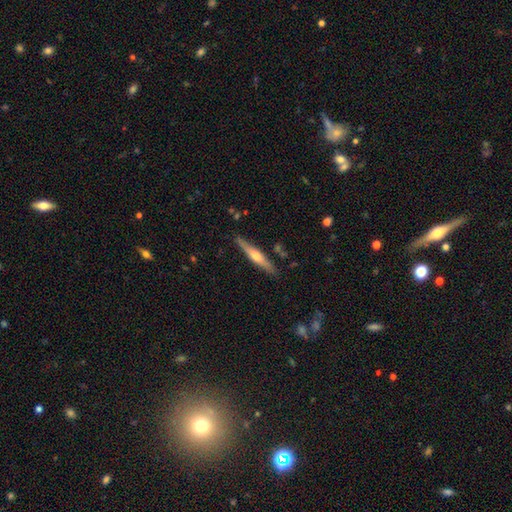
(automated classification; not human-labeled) Smooth or featured: featured or disk — 61% (smooth — 34%)
Edge-on disk: yes — 97% (no — 3%)
Edge-on bulge: rounded — 86% (none — 7%)
Merging: none — 87% (minor disturbance — 9%)